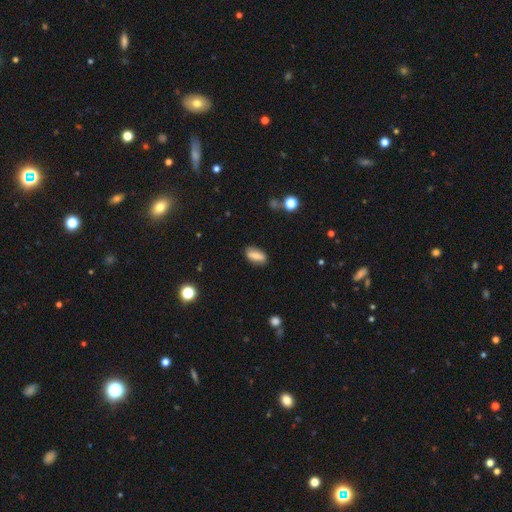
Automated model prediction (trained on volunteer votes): A smooth galaxy with no disk features (77%) that is in between round and cigar-shaped (77%). Merging: none (82%).